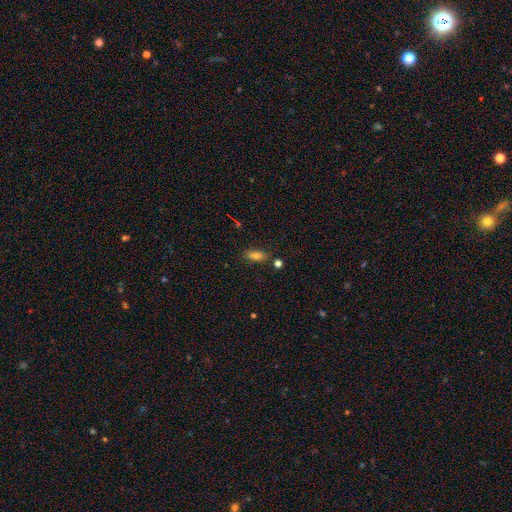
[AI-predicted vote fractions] smooth 78%, featured or disk 11%, star or artifact 11%. Down the decision tree: how rounded — in between (78%); merging — none (80%).